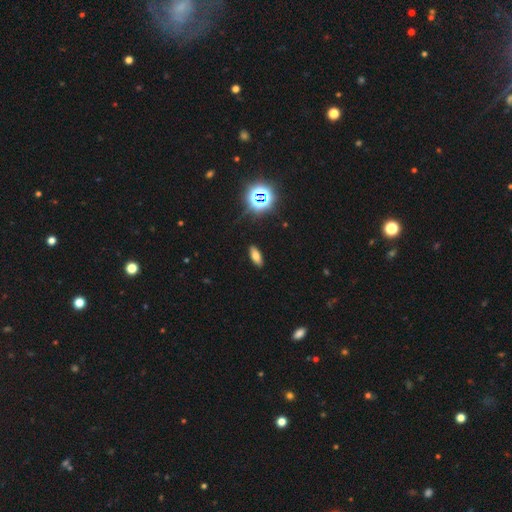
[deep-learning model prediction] Morphology: type=smooth (67%); roundness=in between (73%); merging=none (89%).